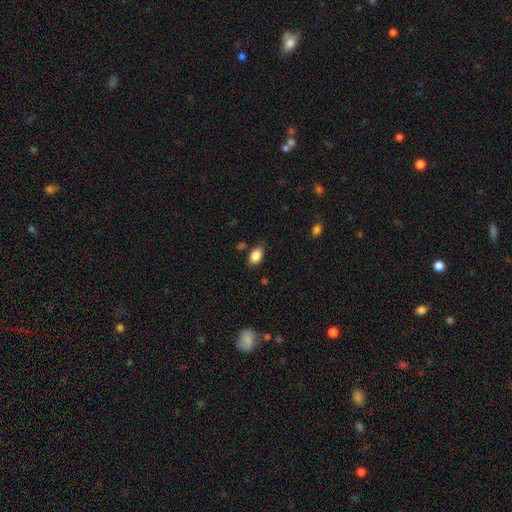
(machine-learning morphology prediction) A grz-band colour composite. It shows a smooth galaxy with no disk features (87%) that is in between round and cigar-shaped (84%). Merging: none (77%).